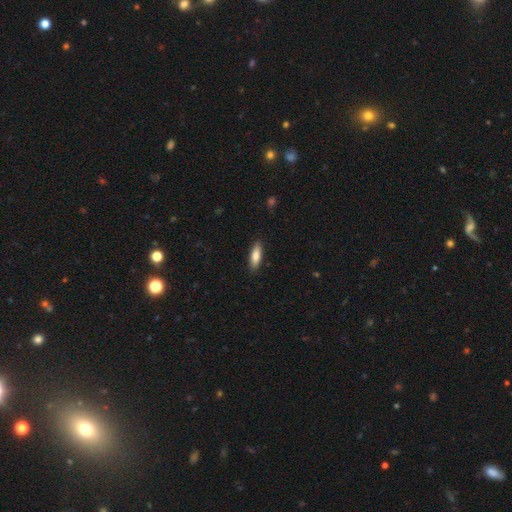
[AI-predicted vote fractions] This appears to be a smooth galaxy with no disk features (83%) that is in between round and cigar-shaped (58%). Merging: none (88%).